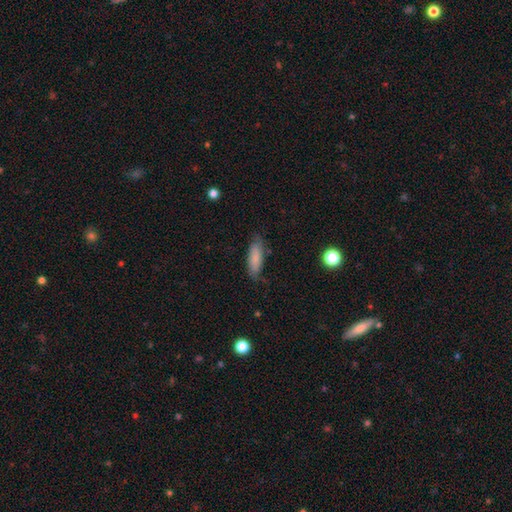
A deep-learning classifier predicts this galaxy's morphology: Smooth or featured: smooth — 77% (featured or disk — 17%)
How rounded: in between — 64% (cigar-shaped — 34%)
Merging: none — 66% (minor disturbance — 25%)